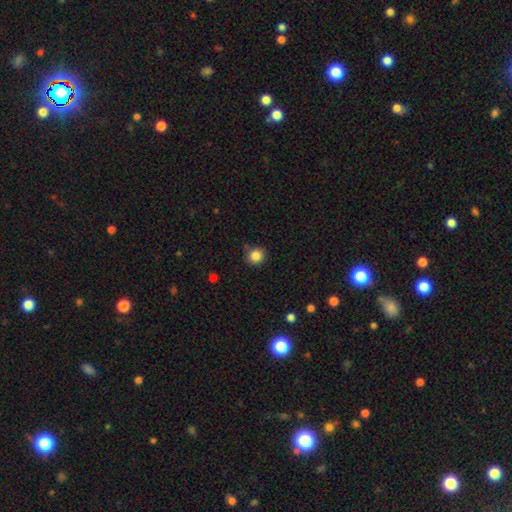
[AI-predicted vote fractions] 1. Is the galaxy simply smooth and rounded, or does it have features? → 85% smooth, 11% star or artifact, 4% featured or disk.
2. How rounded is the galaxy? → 91% round, 8% in between, 1% cigar-shaped.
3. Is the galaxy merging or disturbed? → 86% none, 9% minor disturbance, 3% merger, 2% major disturbance.